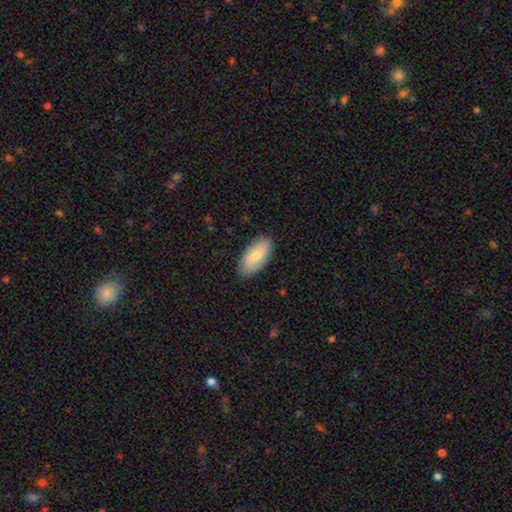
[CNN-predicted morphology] A smooth galaxy with no disk features (70%) that is in between round and cigar-shaped (92%). Merging: none (87%).